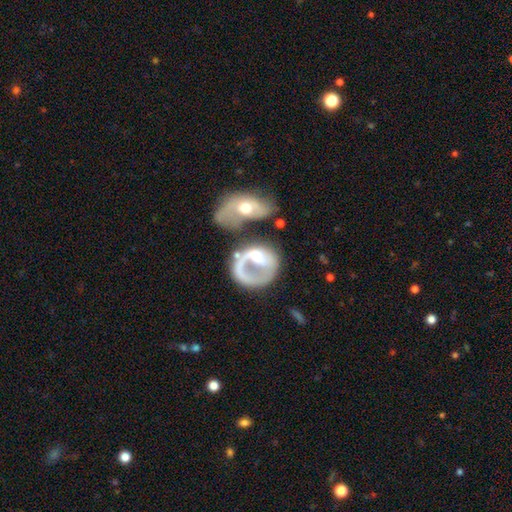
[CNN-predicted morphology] type=featured or disk (60%); edge-on=no (96%); bar=no (68%); spiral arms=no (58%); bulge=moderate (54%); merging=merger (40%).